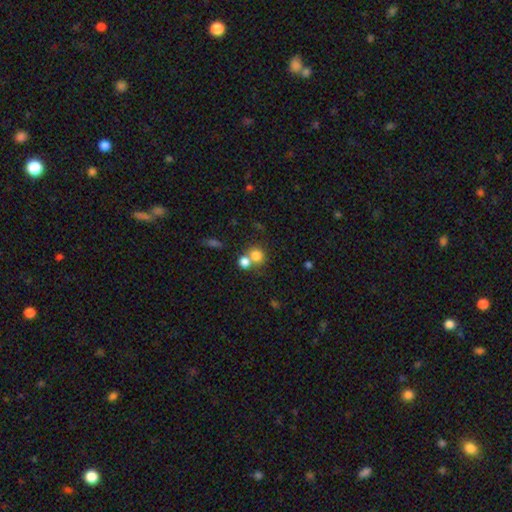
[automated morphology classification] Overall: smooth (78%). How rounded: round (82%). Merging: none (48%; merger 41%).